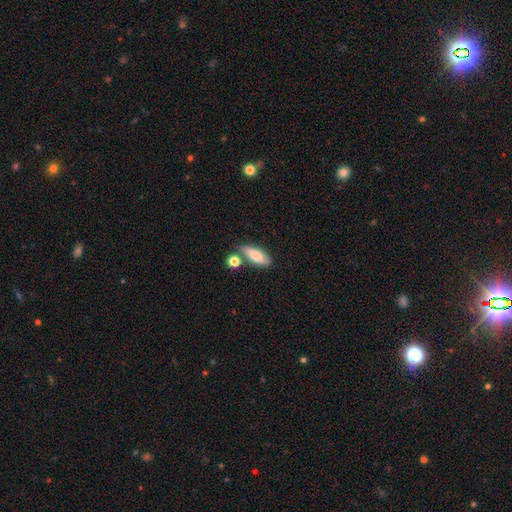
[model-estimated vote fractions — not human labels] This appears to be a smooth galaxy with no disk features (77%) that is in between round and cigar-shaped (69%). Merging: none (66%).